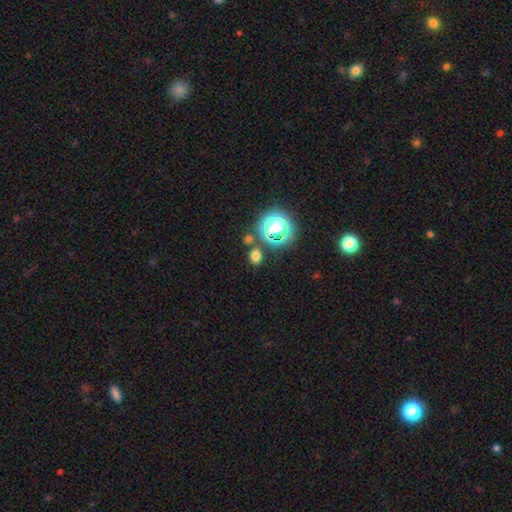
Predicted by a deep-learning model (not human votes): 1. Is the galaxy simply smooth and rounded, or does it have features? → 68% smooth, 25% star or artifact, 7% featured or disk.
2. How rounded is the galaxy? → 59% round, 40% in between, 1% cigar-shaped.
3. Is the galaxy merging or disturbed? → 78% none, 10% minor disturbance, 9% merger, 4% major disturbance.